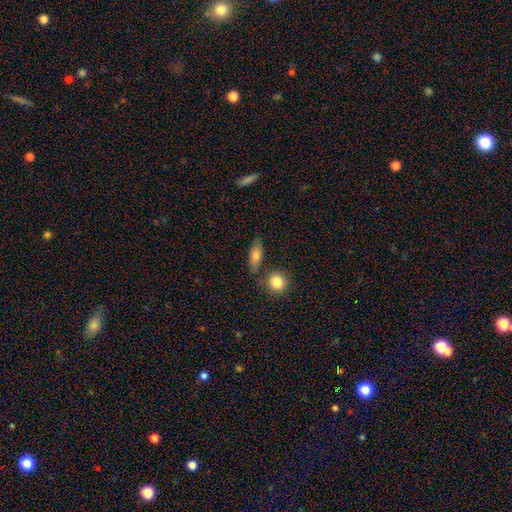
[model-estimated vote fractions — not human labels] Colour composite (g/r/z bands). It shows a smooth galaxy with no disk features (75%) that is in between round and cigar-shaped (63%). Merging: none (73%).